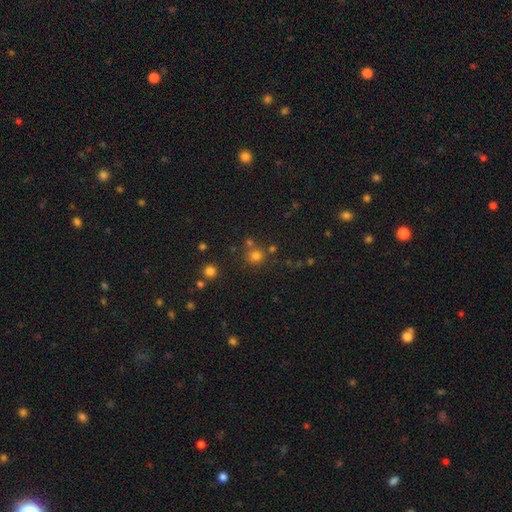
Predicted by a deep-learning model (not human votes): A smooth galaxy with no disk features (75%) that is round (91%).

Vote fractions:
- Smooth or featured? smooth: 75% / star or artifact: 19% / featured or disk: 7%
- How rounded? round: 91% / in between: 8% / cigar-shaped: 1%
- Merging? none: 73% / merger: 15% / minor disturbance: 9% / major disturbance: 4%